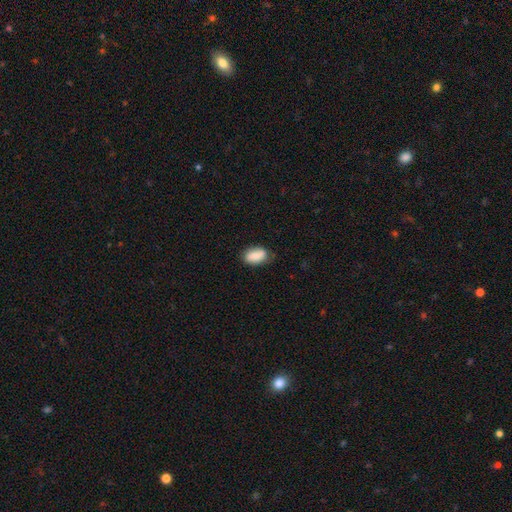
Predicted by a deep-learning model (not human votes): Smooth or featured? Predicted: smooth (p=0.86). How rounded? Predicted: in between (p=0.91). Merging? Predicted: none (p=0.74).